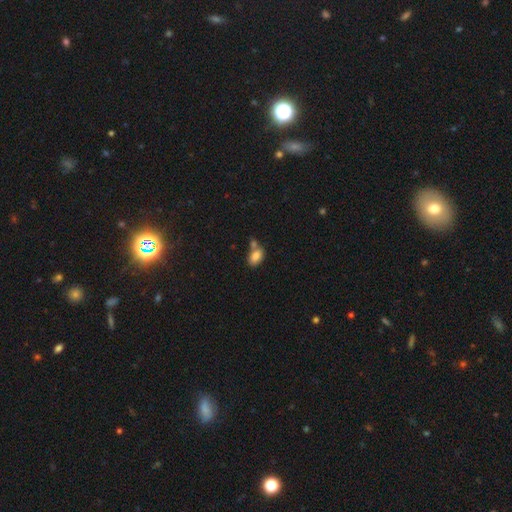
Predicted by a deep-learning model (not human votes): This is clearly a smooth galaxy (83%). How rounded: clearly in between (90%). Merging: possibly none (45%).